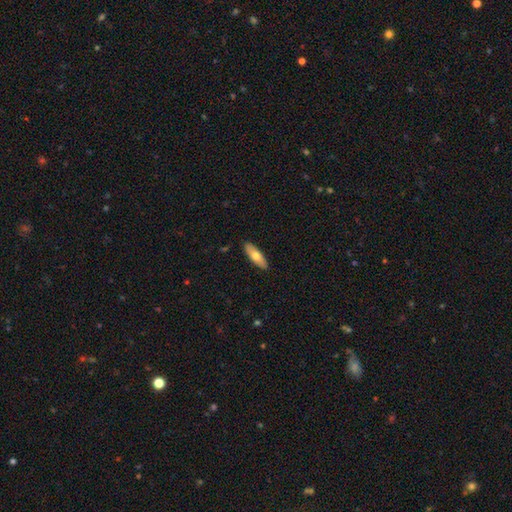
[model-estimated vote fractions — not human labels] smooth_or_featured: smooth (p=0.65) [alt: featured or disk p=0.29]
how_rounded: in between (p=0.53) [alt: cigar-shaped p=0.45]
merging: none (p=0.90) [alt: minor disturbance p=0.08]